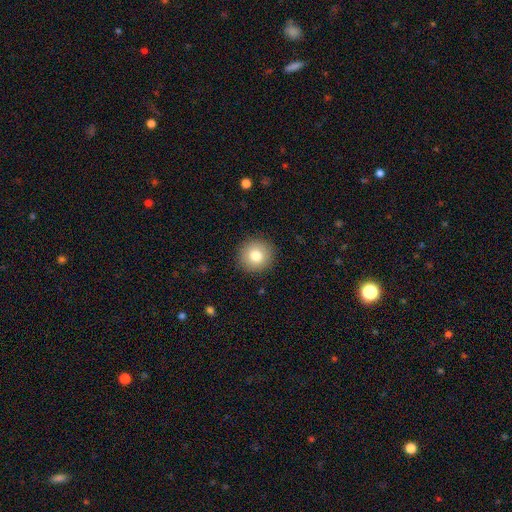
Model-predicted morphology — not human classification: Smooth or featured? smooth (80%)
How rounded? round (92%)
Merging? none (91%)